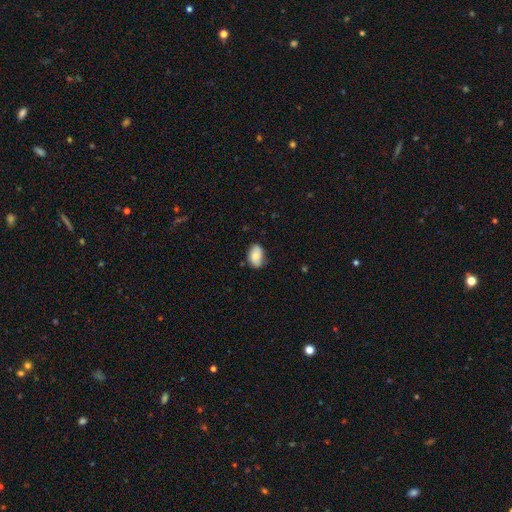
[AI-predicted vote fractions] Smooth or featured: smooth — 79% (featured or disk — 14%)
How rounded: in between — 88% (round — 11%)
Merging: none — 73% (minor disturbance — 22%)